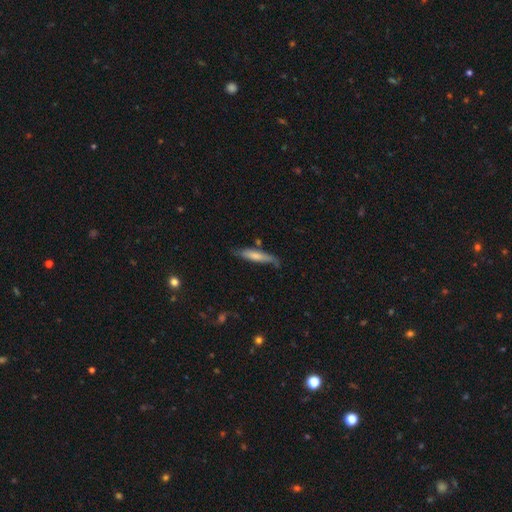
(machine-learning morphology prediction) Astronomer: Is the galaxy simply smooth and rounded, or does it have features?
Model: smooth — 65%.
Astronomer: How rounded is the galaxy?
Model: cigar-shaped — 86%.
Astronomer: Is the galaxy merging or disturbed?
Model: none — 67%.